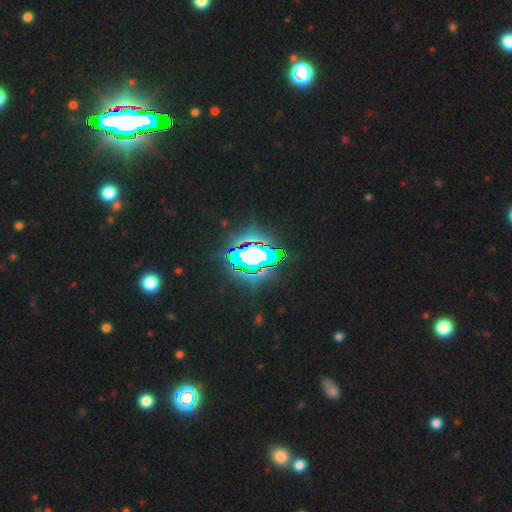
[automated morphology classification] Q: Smooth or featured?
A: star or artifact (62%); runner-up: featured or disk (20%)